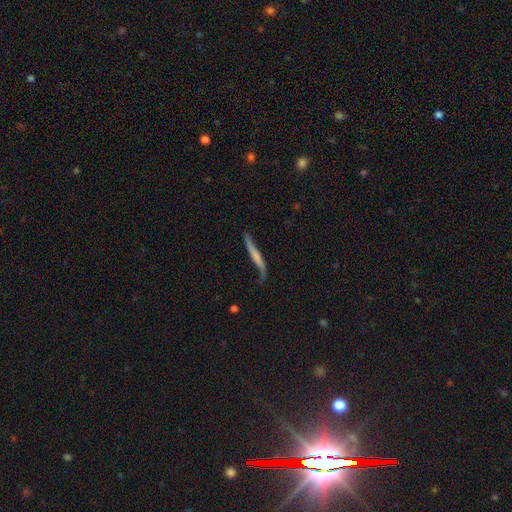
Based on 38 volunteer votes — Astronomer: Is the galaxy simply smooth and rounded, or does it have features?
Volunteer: featured or disk — 58% (runner-up: smooth, 39%).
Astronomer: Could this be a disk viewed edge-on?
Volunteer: yes — 68%.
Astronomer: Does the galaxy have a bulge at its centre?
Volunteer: none — 73%.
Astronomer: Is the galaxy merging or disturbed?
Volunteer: minor disturbance — 46% (runner-up: none, 35%).